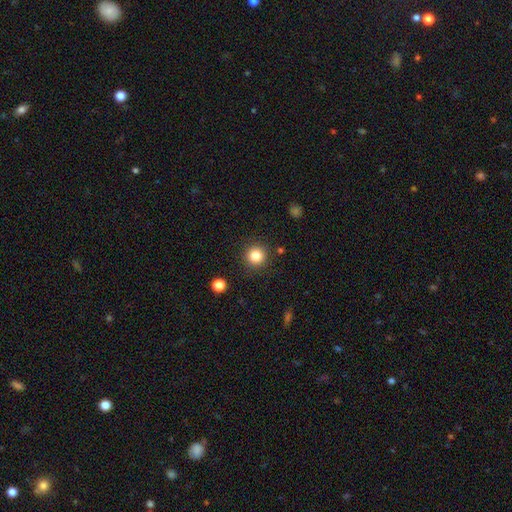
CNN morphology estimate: A smooth galaxy with no disk features (83%) that is round (94%).

Vote fractions:
- Smooth or featured? smooth: 83% / star or artifact: 11% / featured or disk: 5%
- How rounded? round: 94% / in between: 5% / cigar-shaped: 1%
- Merging? none: 90% / minor disturbance: 6% / major disturbance: 2% / merger: 2%